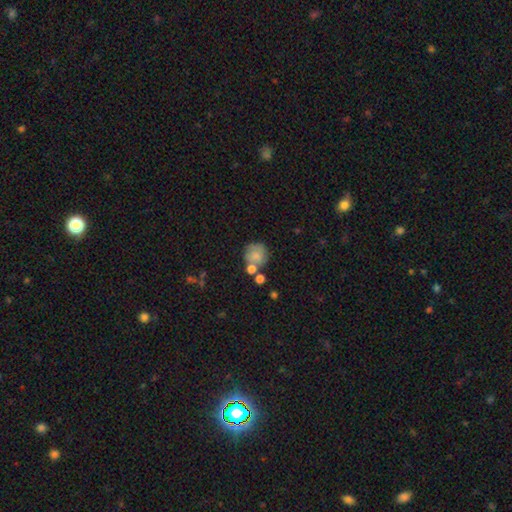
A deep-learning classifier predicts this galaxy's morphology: smooth 72%, featured or disk 19%, star or artifact 9%. Down the decision tree: how rounded — round (84%); merging — none (52%).